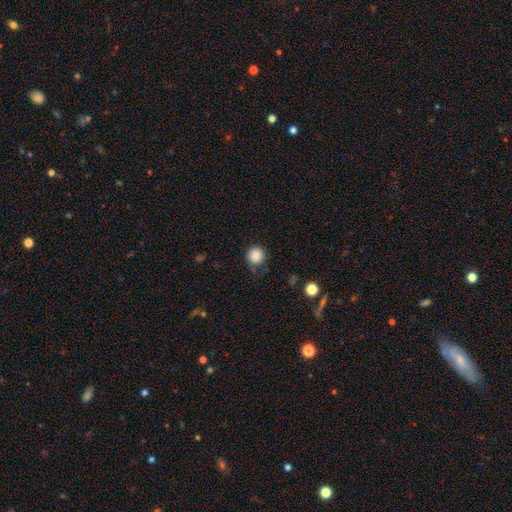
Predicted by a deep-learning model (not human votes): The model was most divided on "merging": none: 77%, minor disturbance: 16%, major disturbance: 5%, merger: 2%. More confident: how rounded — round (94%); smooth or featured — smooth (87%).